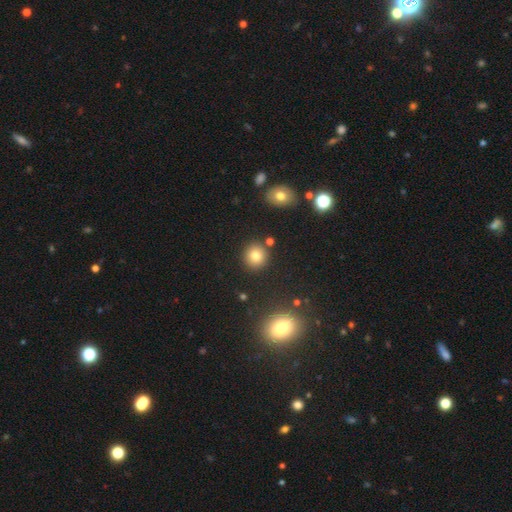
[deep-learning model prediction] This is likely a smooth galaxy (79%). How rounded: clearly round (91%). Merging: clearly none (86%).